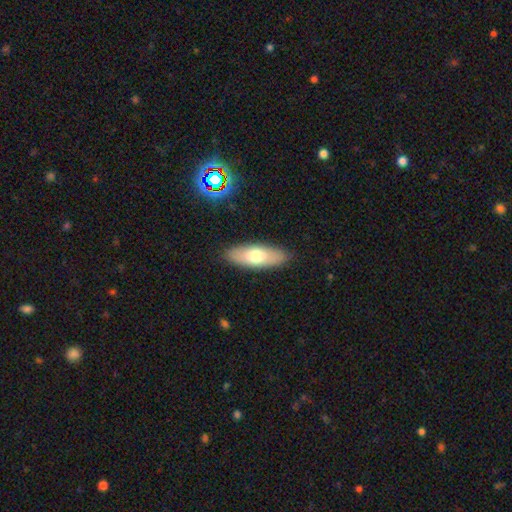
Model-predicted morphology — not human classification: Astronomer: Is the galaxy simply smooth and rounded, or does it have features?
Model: smooth — 68%.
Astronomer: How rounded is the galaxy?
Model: in between — 71%.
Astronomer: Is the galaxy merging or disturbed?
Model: none — 87%.